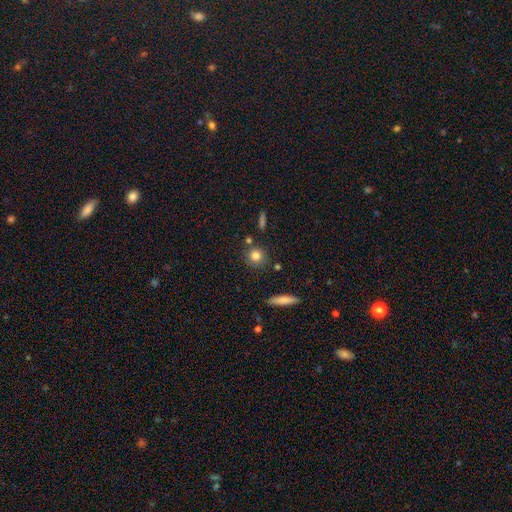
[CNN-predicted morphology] The model was most divided on "smooth or featured": smooth: 80%, star or artifact: 10%, featured or disk: 10%. More confident: how rounded — round (88%); merging — none (80%).